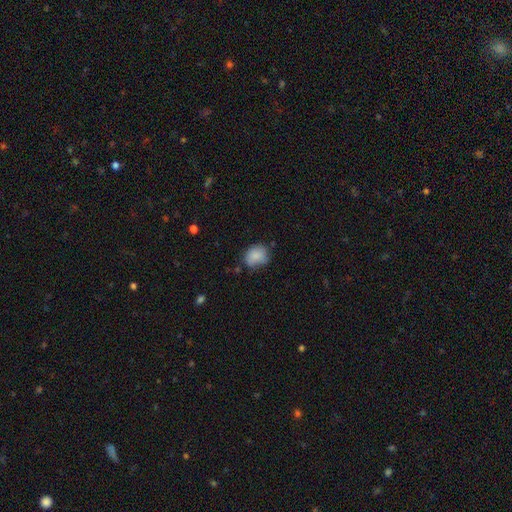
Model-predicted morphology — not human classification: Smooth or featured: smooth — 82% (featured or disk — 10%)
How rounded: round — 56% (in between — 43%)
Merging: none — 60% (minor disturbance — 30%)